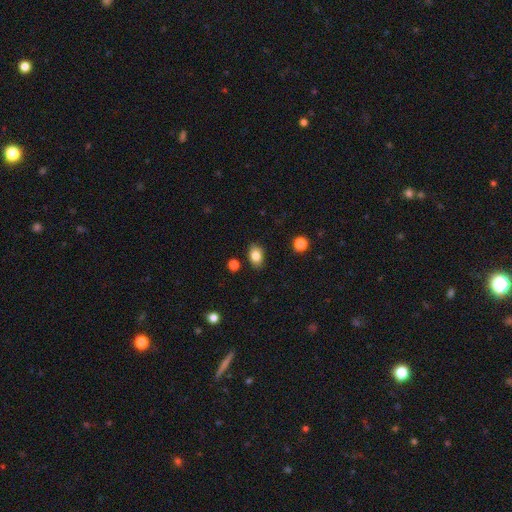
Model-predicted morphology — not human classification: smooth_or_featured: smooth (p=0.83) [alt: star or artifact p=0.09]
how_rounded: in between (p=0.79) [alt: round p=0.20]
merging: none (p=0.86) [alt: minor disturbance p=0.10]